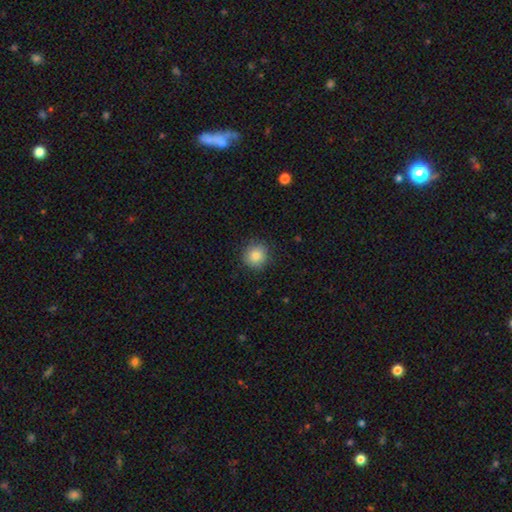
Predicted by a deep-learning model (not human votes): The model was most divided on "smooth or featured": smooth: 84%, star or artifact: 10%, featured or disk: 6%. More confident: how rounded — round (89%); merging — none (88%).